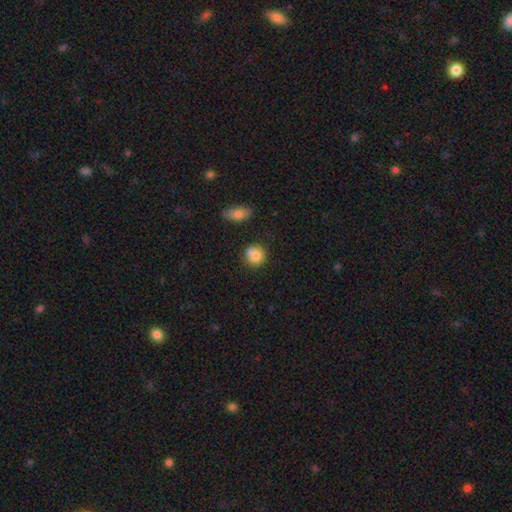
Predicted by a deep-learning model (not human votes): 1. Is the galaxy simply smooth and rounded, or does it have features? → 82% smooth, 9% star or artifact, 9% featured or disk.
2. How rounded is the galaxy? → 82% round, 16% in between, 1% cigar-shaped.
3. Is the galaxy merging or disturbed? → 62% none, 17% merger, 17% minor disturbance, 4% major disturbance.